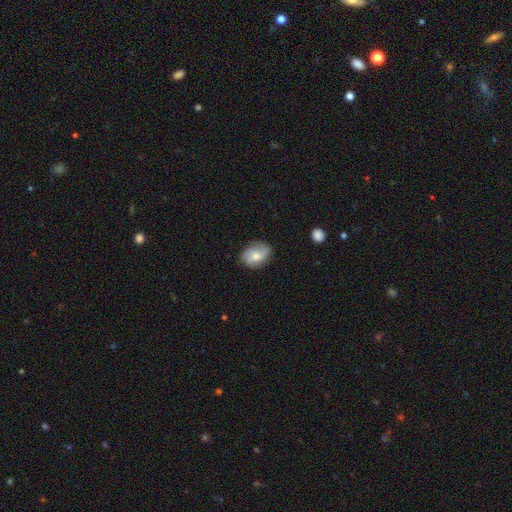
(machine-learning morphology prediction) Smooth or featured? Predicted: featured or disk (p=0.49). Merging? Predicted: none (p=0.73).